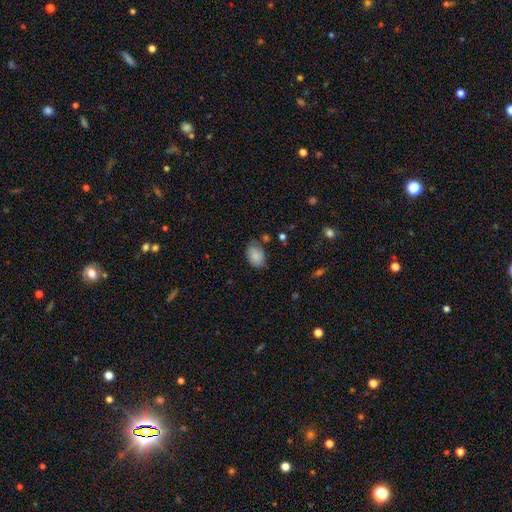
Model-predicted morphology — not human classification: Smooth or featured?
  - smooth: 82% *
  - featured or disk: 11%
  - star or artifact: 7%
How rounded?
  - in between: 84% *
  - round: 15%
  - cigar-shaped: 1%
Merging?
  - none: 67% *
  - minor disturbance: 24%
  - major disturbance: 5%
  - merger: 3%